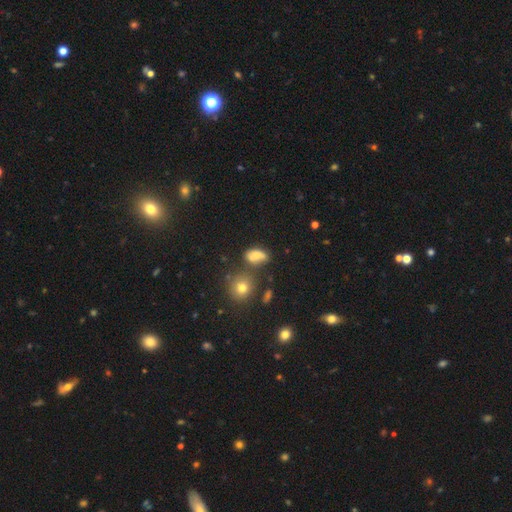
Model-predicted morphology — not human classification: smooth_or_featured: smooth (p=0.72) [alt: featured or disk p=0.14]
how_rounded: in between (p=0.82) [alt: round p=0.14]
merging: none (p=0.48) [alt: minor disturbance p=0.27]